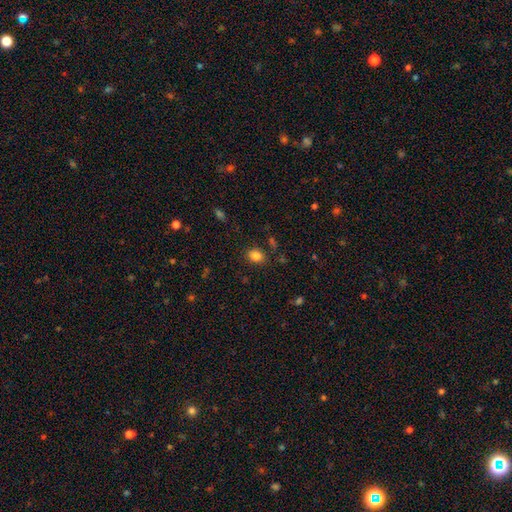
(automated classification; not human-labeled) Overall: smooth (84%). How rounded: in between (63%; round 35%). Merging: none (83%).